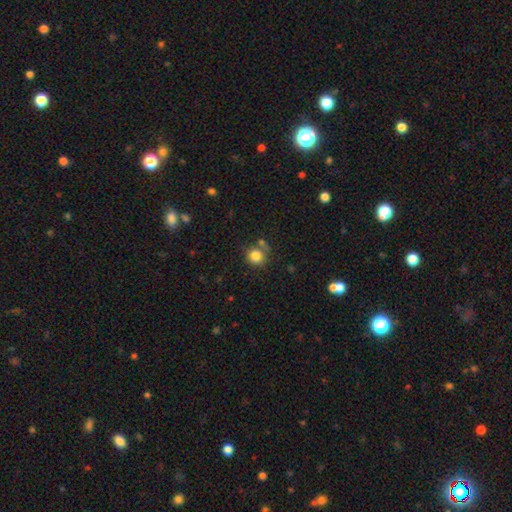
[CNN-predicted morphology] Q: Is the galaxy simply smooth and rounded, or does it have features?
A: smooth — 82%.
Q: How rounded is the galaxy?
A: round — 87%.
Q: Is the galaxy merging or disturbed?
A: none — 65%.